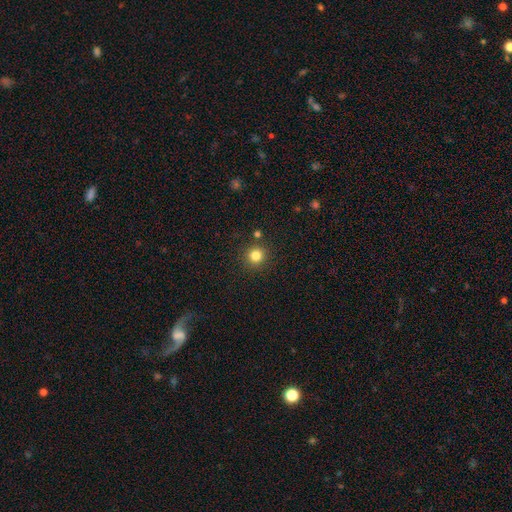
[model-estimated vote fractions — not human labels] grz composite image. It shows a smooth galaxy with no disk features (82%) that is round (93%). Merging: none (87%).